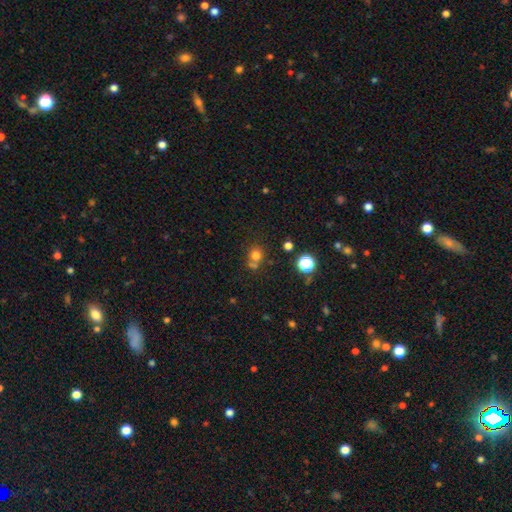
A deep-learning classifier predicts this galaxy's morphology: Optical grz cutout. It shows a smooth galaxy with no disk features (74%) that is round (83%). Merging: none (58%).